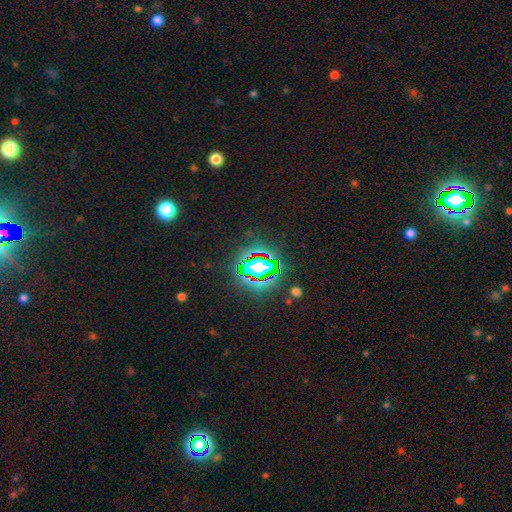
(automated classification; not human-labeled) smooth_or_featured: star or artifact (p=0.83) [alt: smooth p=0.10]